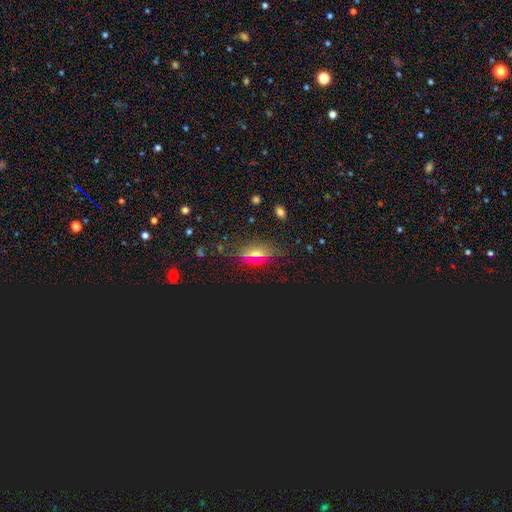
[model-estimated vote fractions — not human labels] Smooth or featured: star or artifact — 42% (smooth — 40%)